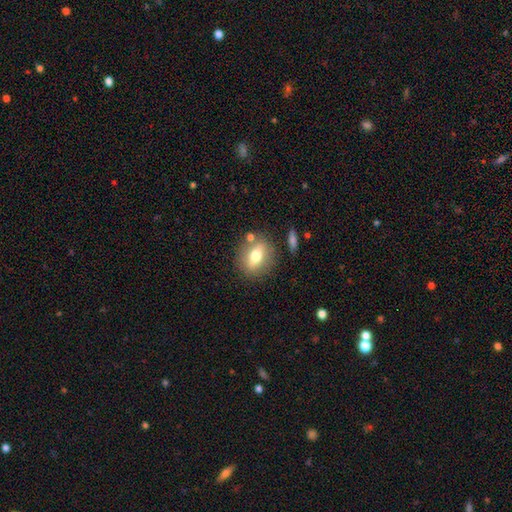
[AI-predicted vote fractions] Smooth or featured? smooth (62%)
How rounded? in between (53%)
Merging? none (79%)